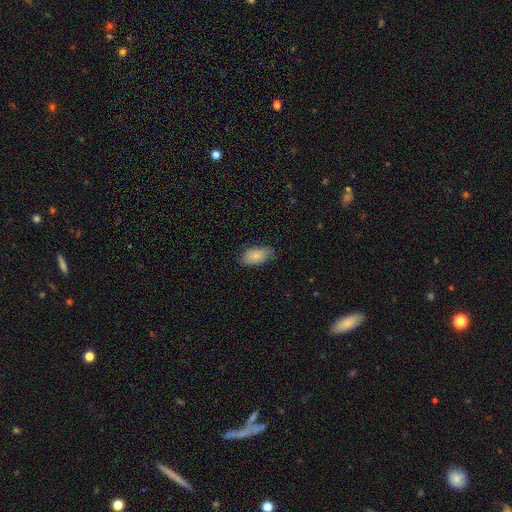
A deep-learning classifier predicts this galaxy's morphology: Smooth or featured? Predicted: smooth (p=0.82). How rounded? Predicted: in between (p=0.93). Merging? Predicted: none (p=0.75).